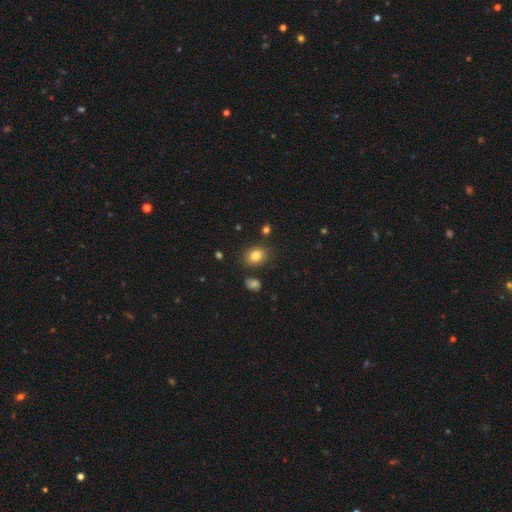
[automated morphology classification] type=smooth (82%); roundness=in between (60%); merging=none (81%).